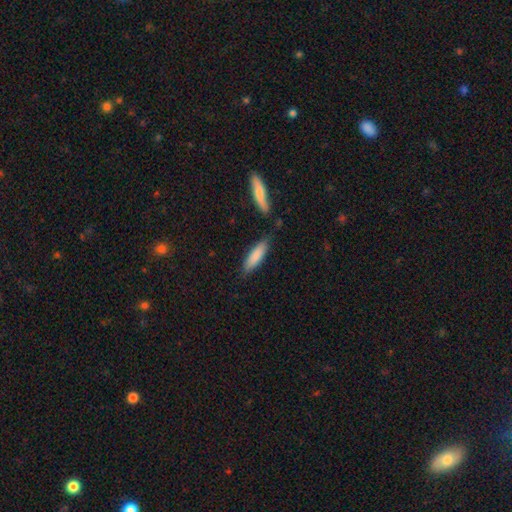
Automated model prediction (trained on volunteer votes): Q: Smooth or featured?
A: smooth (84%); runner-up: featured or disk (10%)
Q: How rounded?
A: cigar-shaped (63%); runner-up: in between (36%)
Q: Merging?
A: none (78%); runner-up: minor disturbance (13%)